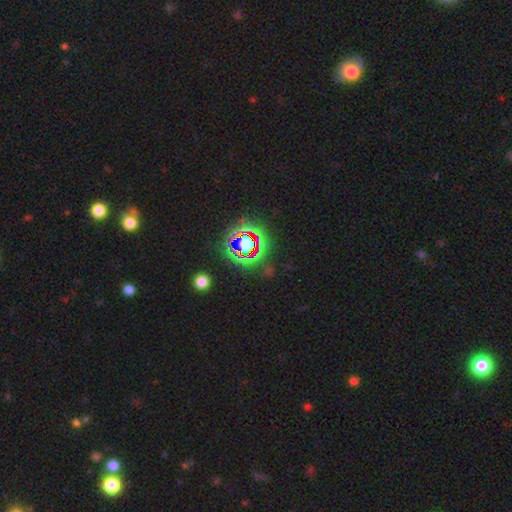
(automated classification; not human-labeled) Smooth or featured: star or artifact — 79% (smooth — 12%)